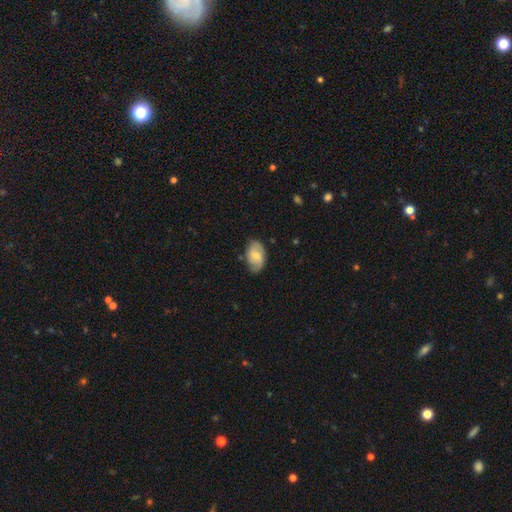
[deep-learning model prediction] smooth_or_featured: smooth (p=0.57) [alt: featured or disk p=0.37]
how_rounded: in between (p=0.91) [alt: round p=0.08]
merging: none (p=0.70) [alt: minor disturbance p=0.24]